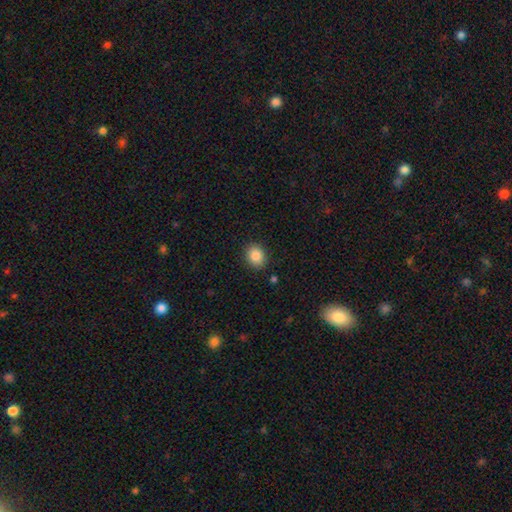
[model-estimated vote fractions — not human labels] This is clearly a smooth galaxy (86%). How rounded: possibly round (52%). Merging: clearly none (88%).